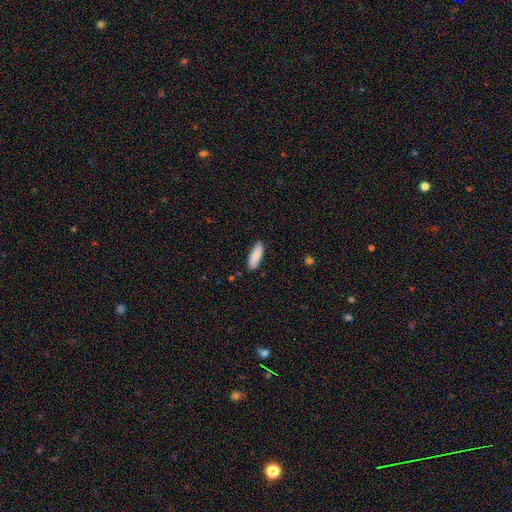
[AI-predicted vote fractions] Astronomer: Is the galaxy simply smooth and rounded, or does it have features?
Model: smooth — 88%.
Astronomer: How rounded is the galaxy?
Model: in between — 65%.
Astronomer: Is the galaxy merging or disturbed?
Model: none — 86%.